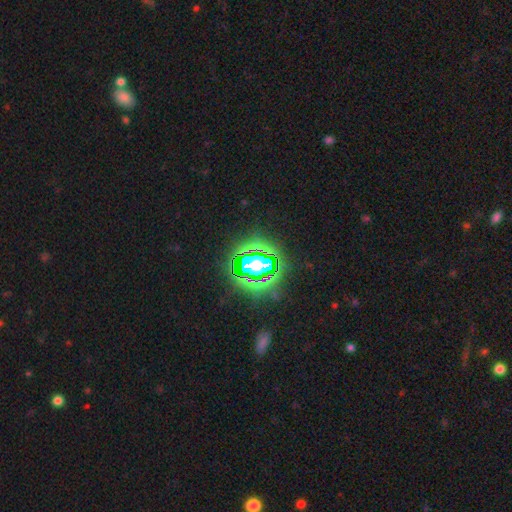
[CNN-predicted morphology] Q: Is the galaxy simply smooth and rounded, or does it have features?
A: star or artifact — 82%.